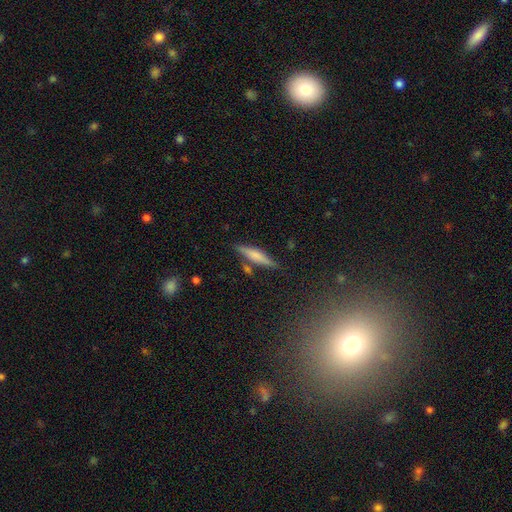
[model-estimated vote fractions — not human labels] This appears to be a smooth galaxy with no disk features (60%) that is cigar-shaped (83%). Merging: none (73%).